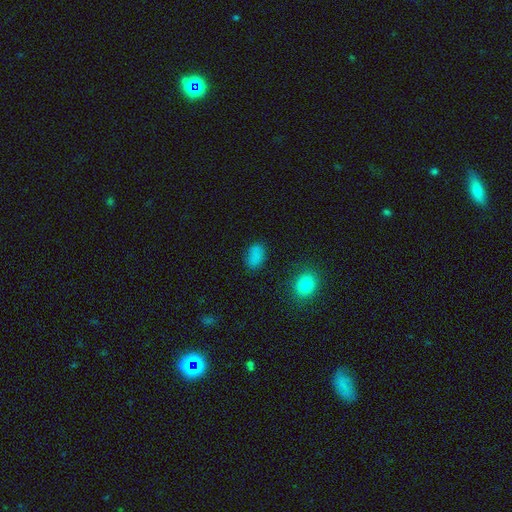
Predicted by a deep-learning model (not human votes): smooth 81%, star or artifact 14%, featured or disk 5%. Down the decision tree: how rounded — in between (88%); merging — none (77%).